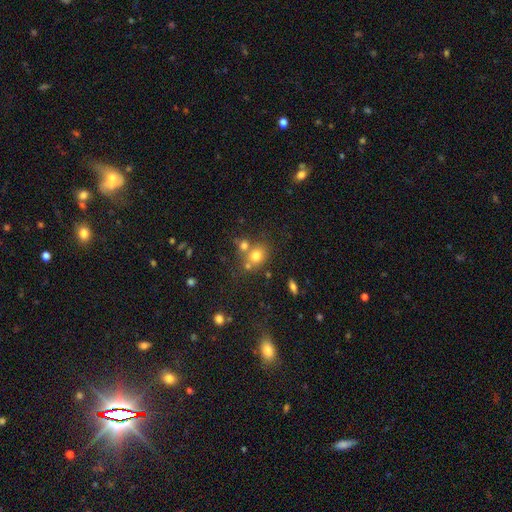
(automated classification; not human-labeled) Smooth or featured? smooth (73%)
How rounded? round (67%)
Merging? none (52%)